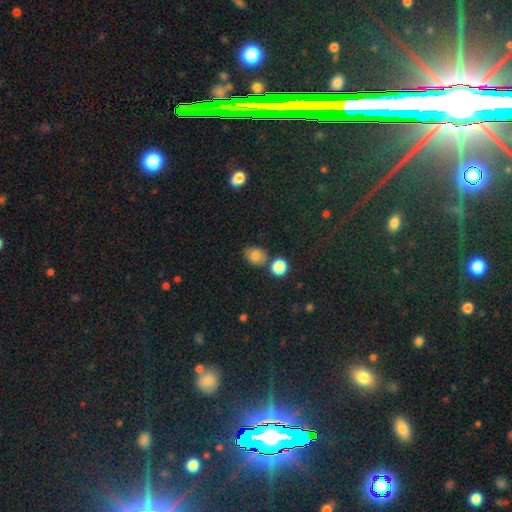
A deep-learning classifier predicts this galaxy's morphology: Smooth or featured? smooth (79%)
How rounded? round (51%)
Merging? none (68%)